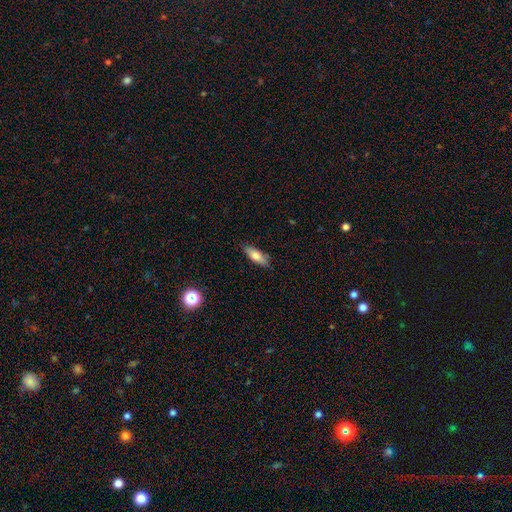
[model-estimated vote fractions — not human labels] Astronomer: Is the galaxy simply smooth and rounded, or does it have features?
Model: smooth — 76%.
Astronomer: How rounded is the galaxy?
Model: in between — 64%.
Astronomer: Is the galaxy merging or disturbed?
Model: none — 84%.